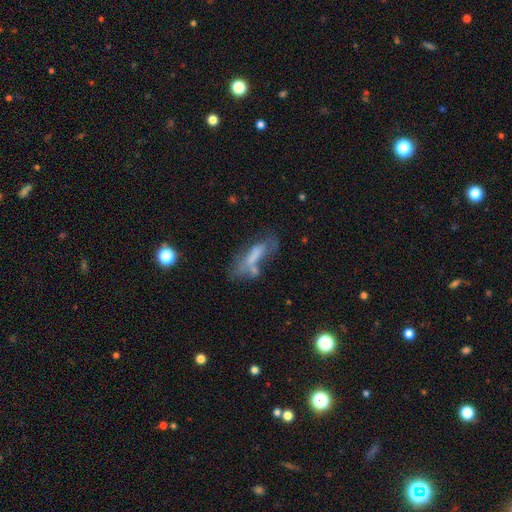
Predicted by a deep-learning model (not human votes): Smooth or featured? Predicted: smooth (p=0.49). Merging? Predicted: none (p=0.39).